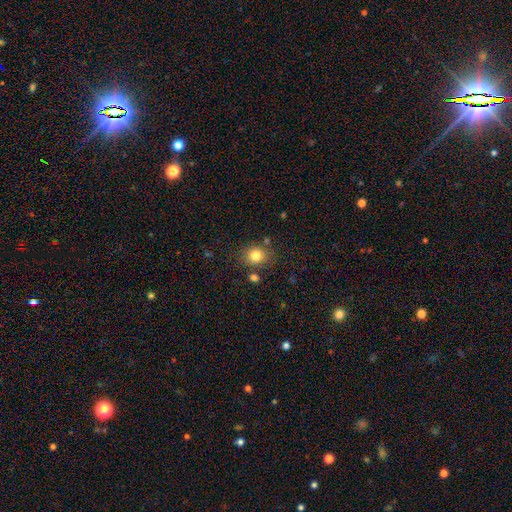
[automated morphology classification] Smooth or featured? Predicted: smooth (p=0.82). How rounded? Predicted: round (p=0.71). Merging? Predicted: none (p=0.77).